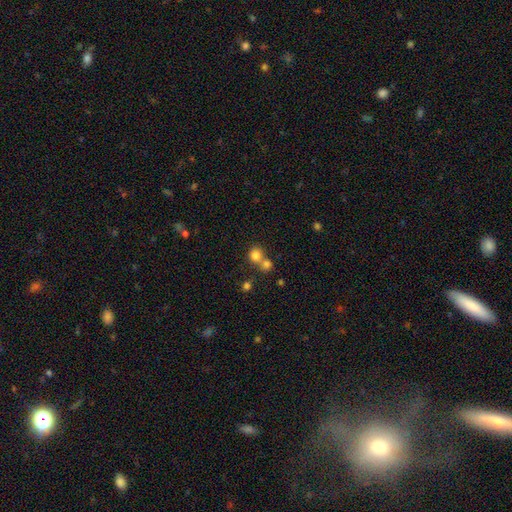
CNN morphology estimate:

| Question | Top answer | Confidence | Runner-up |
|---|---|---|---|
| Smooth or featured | smooth | 79% | star or artifact (13%) |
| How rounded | round | 84% | in between (15%) |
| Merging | none | 46% | merger (45%) |